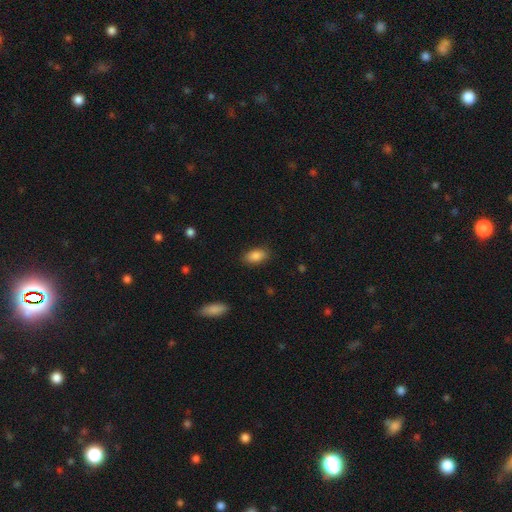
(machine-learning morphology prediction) This is clearly a smooth galaxy (87%). How rounded: clearly in between (90%). Merging: clearly none (86%).